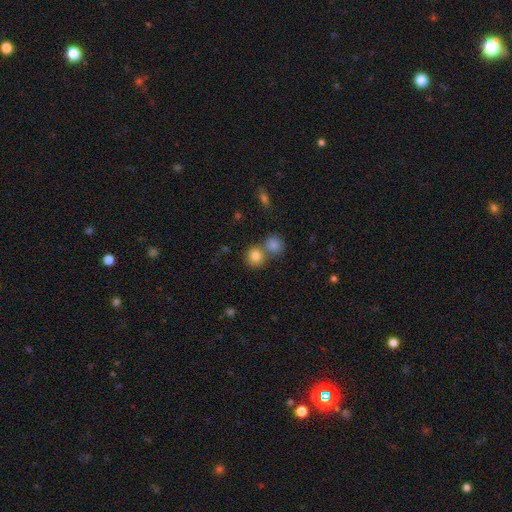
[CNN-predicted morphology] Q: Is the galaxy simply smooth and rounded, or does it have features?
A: smooth — 82%.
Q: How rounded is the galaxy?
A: round — 85%.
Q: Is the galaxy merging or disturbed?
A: none — 50%.